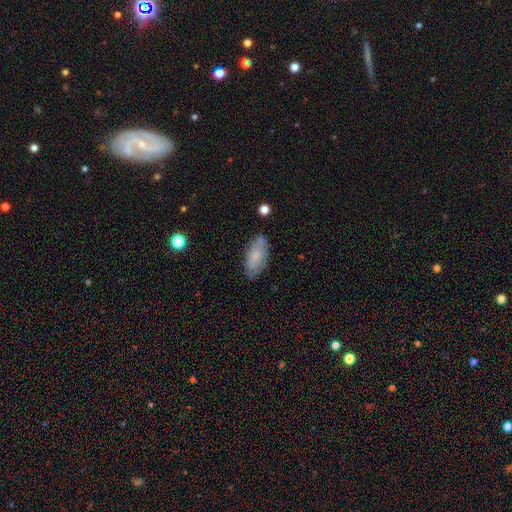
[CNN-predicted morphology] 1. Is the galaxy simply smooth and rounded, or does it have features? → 70% smooth, 24% featured or disk, 7% star or artifact.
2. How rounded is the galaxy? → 89% in between, 8% cigar-shaped, 2% round.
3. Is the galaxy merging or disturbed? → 74% none, 20% minor disturbance, 4% major disturbance, 2% merger.